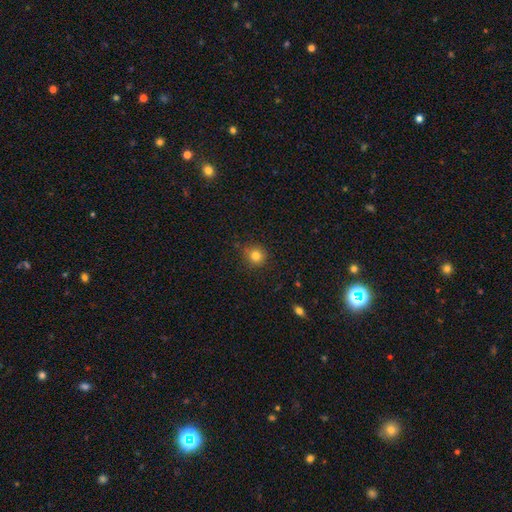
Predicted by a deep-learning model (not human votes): Morphology: type=smooth (81%); roundness=round (92%); merging=none (86%).